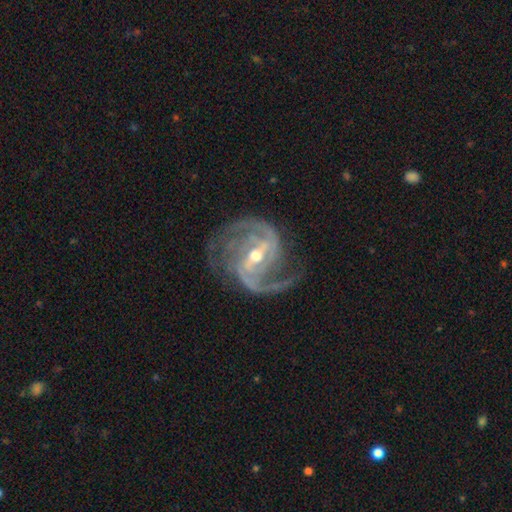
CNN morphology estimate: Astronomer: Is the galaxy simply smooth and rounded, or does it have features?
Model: featured or disk — 92%.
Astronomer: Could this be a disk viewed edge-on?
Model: no — 97%.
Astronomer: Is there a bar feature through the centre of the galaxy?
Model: strong — 64%.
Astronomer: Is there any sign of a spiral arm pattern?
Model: yes — 98%.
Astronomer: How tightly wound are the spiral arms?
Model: medium — 54%.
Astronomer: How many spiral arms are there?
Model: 2 — 68%.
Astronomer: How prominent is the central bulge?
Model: small — 52% (runner-up: moderate, 45%).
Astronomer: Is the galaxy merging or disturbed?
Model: none — 73%.